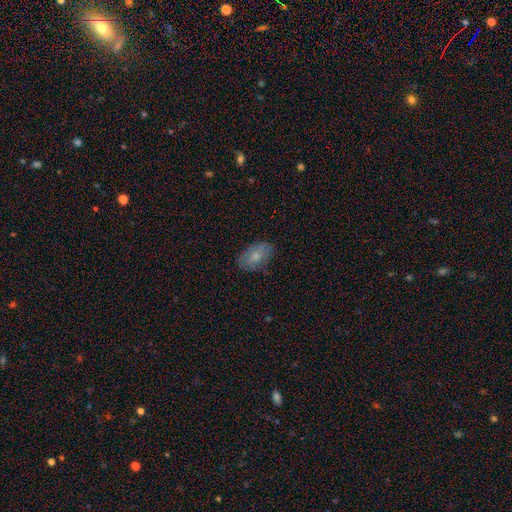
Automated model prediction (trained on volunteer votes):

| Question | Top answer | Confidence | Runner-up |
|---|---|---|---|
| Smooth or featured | smooth | 73% | featured or disk (20%) |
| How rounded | in between | 92% | round (6%) |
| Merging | none | 79% | minor disturbance (16%) |